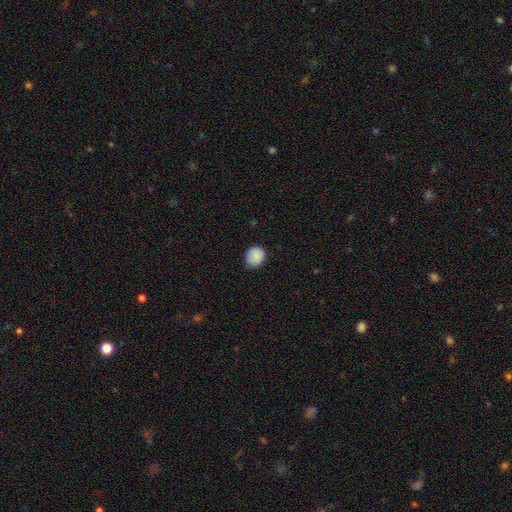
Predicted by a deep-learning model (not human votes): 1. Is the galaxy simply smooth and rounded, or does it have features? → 88% smooth, 8% star or artifact, 4% featured or disk.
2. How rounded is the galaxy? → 84% round, 15% in between, 1% cigar-shaped.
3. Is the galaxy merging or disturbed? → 76% none, 20% minor disturbance, 3% major disturbance, 1% merger.